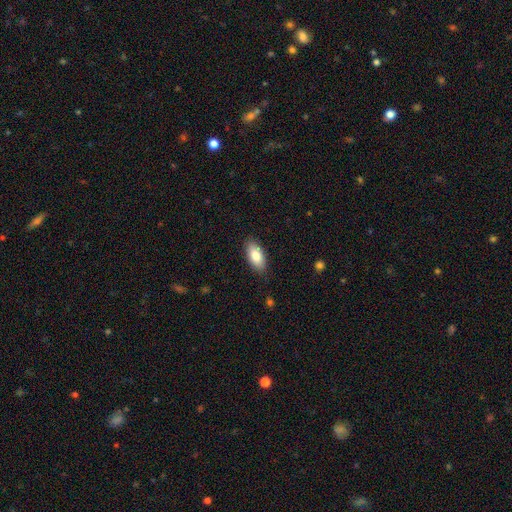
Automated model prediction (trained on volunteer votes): This appears to be a smooth galaxy with no disk features (83%) that is in between round and cigar-shaped (90%). Merging: none (87%).